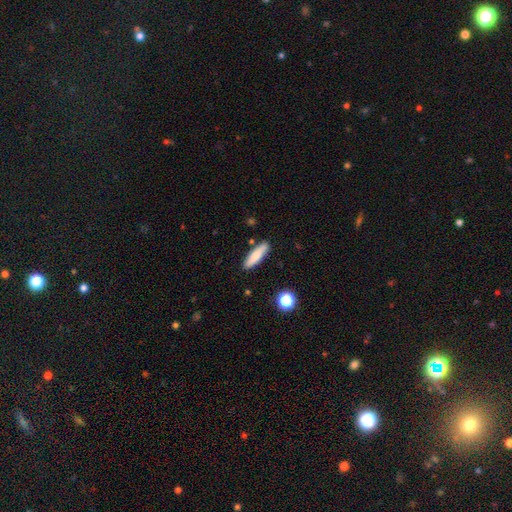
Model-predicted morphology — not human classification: Smooth or featured? smooth (78%)
How rounded? cigar-shaped (68%)
Merging? none (86%)